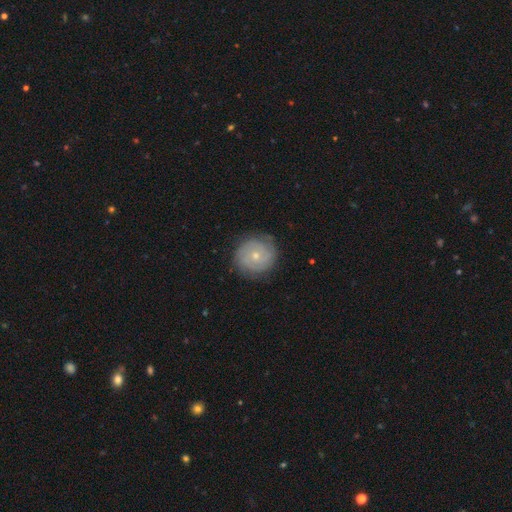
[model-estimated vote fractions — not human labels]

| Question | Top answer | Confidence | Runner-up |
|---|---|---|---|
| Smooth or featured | featured or disk | 56% | smooth (36%) |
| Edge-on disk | no | 97% | yes (3%) |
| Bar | no | 83% | weak (14%) |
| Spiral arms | yes | 76% | no (24%) |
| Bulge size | small | 62% | moderate (35%) |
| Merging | none | 82% | minor disturbance (13%) |